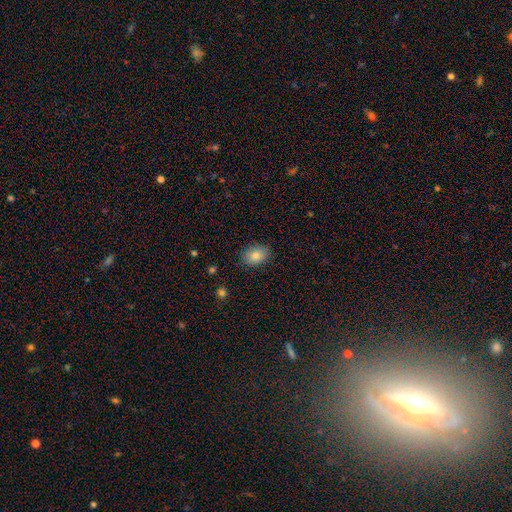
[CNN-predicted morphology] smooth 84%, star or artifact 9%, featured or disk 7%. Down the decision tree: how rounded — in between (69%); merging — none (85%).